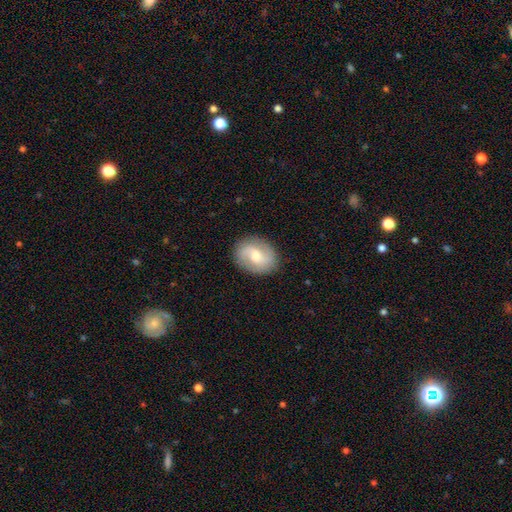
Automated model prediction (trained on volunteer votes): Smooth or featured? Predicted: featured or disk (p=0.61). Edge-on disk? Predicted: no (p=0.97). Bar? Predicted: weak (p=0.45). Spiral arms? Predicted: yes (p=0.86). Spiral winding? Predicted: medium (p=0.45). Spiral arm count? Predicted: 2 (p=0.87). Bulge size? Predicted: moderate (p=0.56). Merging? Predicted: none (p=0.85).